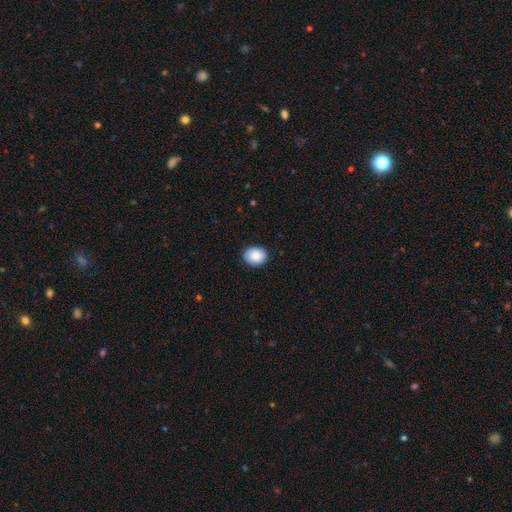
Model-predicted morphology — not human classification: Q: Smooth or featured?
A: smooth (87%); runner-up: star or artifact (7%)
Q: How rounded?
A: round (65%); runner-up: in between (34%)
Q: Merging?
A: none (87%); runner-up: minor disturbance (10%)